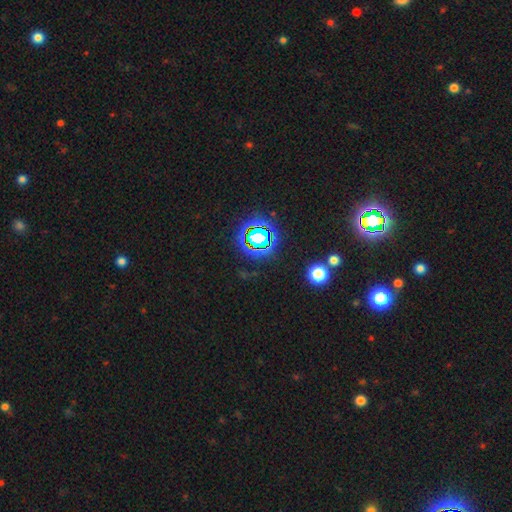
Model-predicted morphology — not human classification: Smooth or featured? star or artifact (80%)